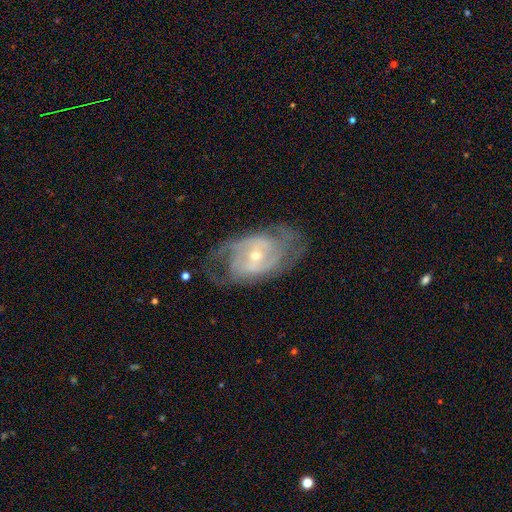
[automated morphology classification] Smooth or featured? featured or disk (86%)
Edge-on disk? no (95%)
Bar? no (47%)
Spiral arms? yes (93%)
Spiral winding? tight (45%)
Spiral arm count? 2 (48%)
Bulge size? small (62%)
Merging? none (66%)